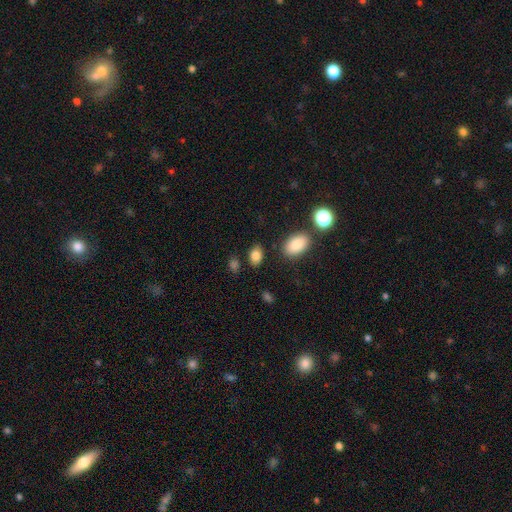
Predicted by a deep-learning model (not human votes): Morphology: type=smooth (83%); roundness=in between (86%); merging=none (82%).